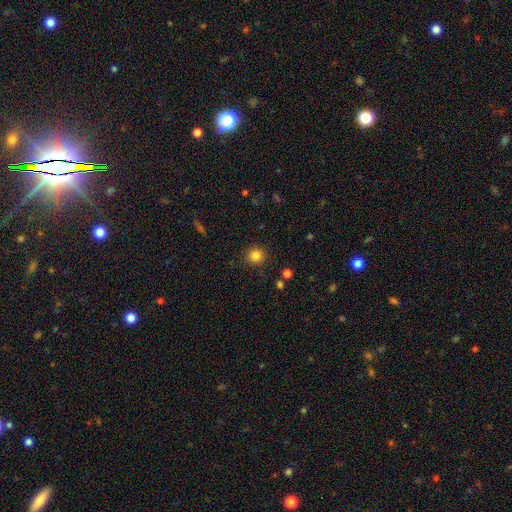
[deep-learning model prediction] Smooth or featured: smooth — 84% (star or artifact — 12%)
How rounded: round — 92% (in between — 7%)
Merging: none — 90% (minor disturbance — 6%)